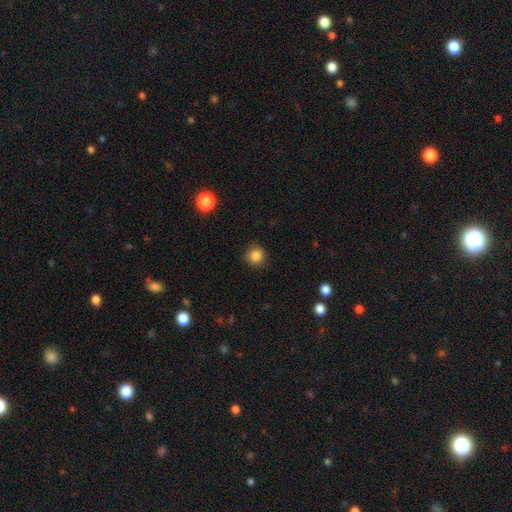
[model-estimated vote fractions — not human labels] Smooth or featured? smooth (86%)
How rounded? round (92%)
Merging? none (87%)